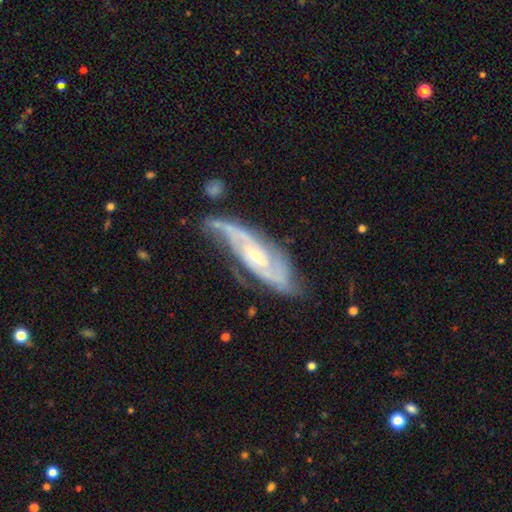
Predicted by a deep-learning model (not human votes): Smooth or featured: featured or disk — 88% (smooth — 7%)
Edge-on disk: no — 88% (yes — 12%)
Bar: no — 47% (weak — 39%)
Spiral arms: yes — 97% (no — 3%)
Spiral winding: tight — 45% (medium — 43%)
Spiral arm count: 2 — 57% (can't tell — 17%)
Bulge size: small — 58% (moderate — 37%)
Merging: none — 60% (minor disturbance — 25%)